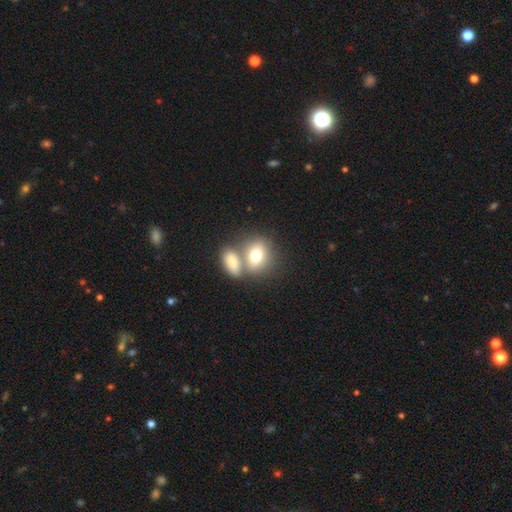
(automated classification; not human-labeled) Overall: smooth (77%). How rounded: in between (58%; round 40%). Merging: merger (50%; none 39%).